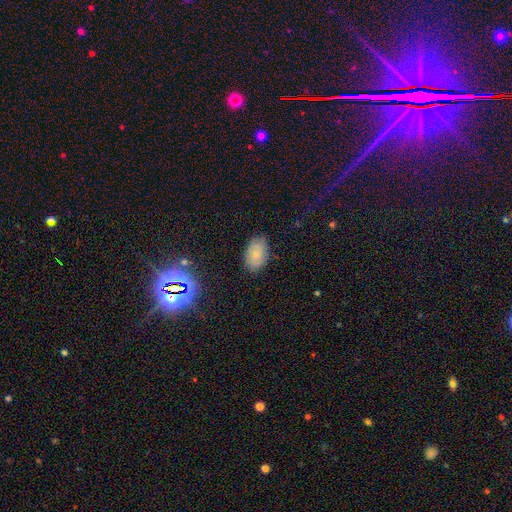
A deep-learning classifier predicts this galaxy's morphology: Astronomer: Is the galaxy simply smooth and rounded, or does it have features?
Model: smooth — 76%.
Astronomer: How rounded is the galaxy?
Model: in between — 88%.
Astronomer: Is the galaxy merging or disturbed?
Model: none — 79%.